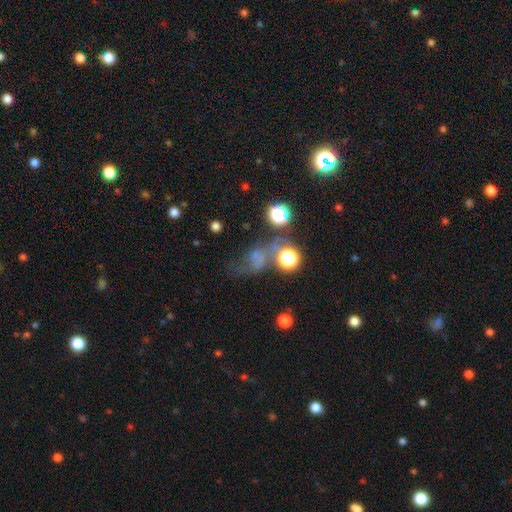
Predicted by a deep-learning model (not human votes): smooth 37%, featured or disk 32%, star or artifact 31%. Down the decision tree: merging — none (41%).